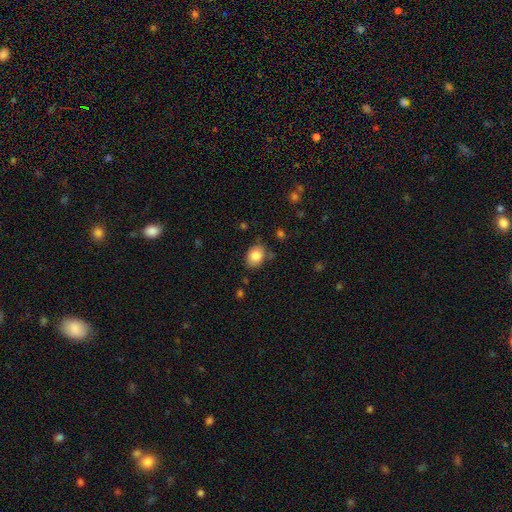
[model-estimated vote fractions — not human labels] Smooth or featured? smooth (84%)
How rounded? in between (58%)
Merging? none (75%)